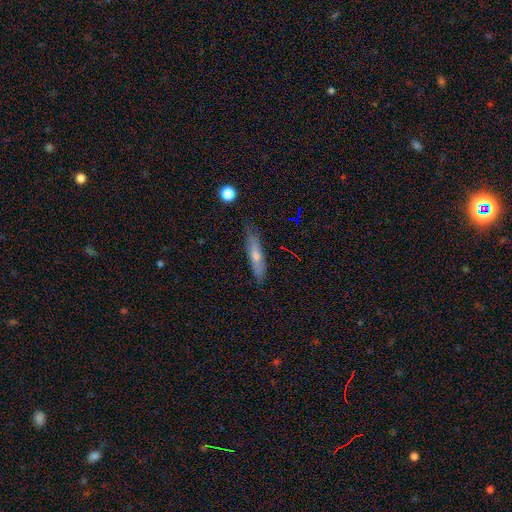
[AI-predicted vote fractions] Smooth or featured? Predicted: featured or disk (p=0.47). Merging? Predicted: none (p=0.82).